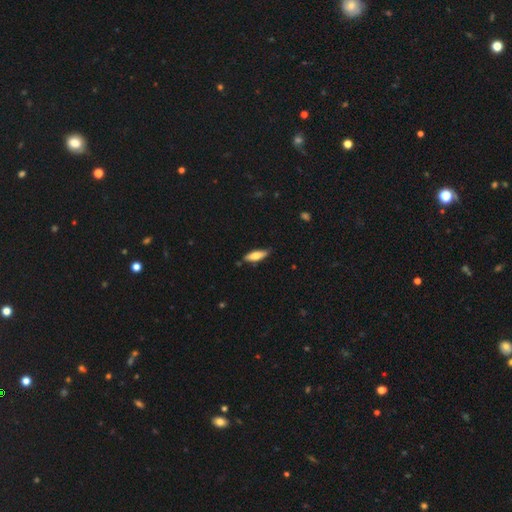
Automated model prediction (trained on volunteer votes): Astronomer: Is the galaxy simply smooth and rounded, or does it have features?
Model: smooth — 68%.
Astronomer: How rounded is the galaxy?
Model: in between — 49%, tied with cigar-shaped at 49%.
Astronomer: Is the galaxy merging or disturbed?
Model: none — 80%.